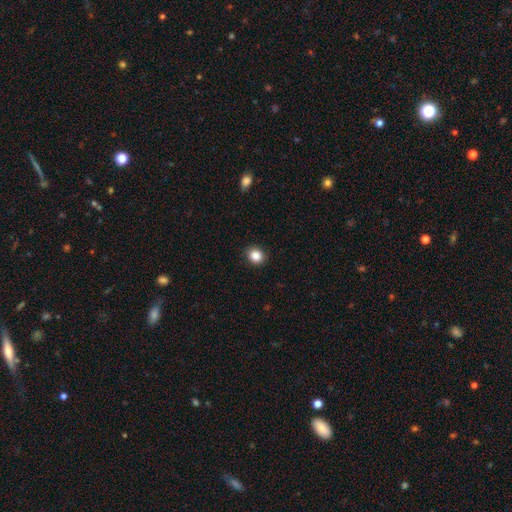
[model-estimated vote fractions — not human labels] Smooth or featured?
  - smooth: 87% *
  - star or artifact: 10%
  - featured or disk: 3%
How rounded?
  - round: 77% *
  - in between: 22%
  - cigar-shaped: 1%
Merging?
  - none: 90% *
  - minor disturbance: 7%
  - major disturbance: 2%
  - merger: 1%